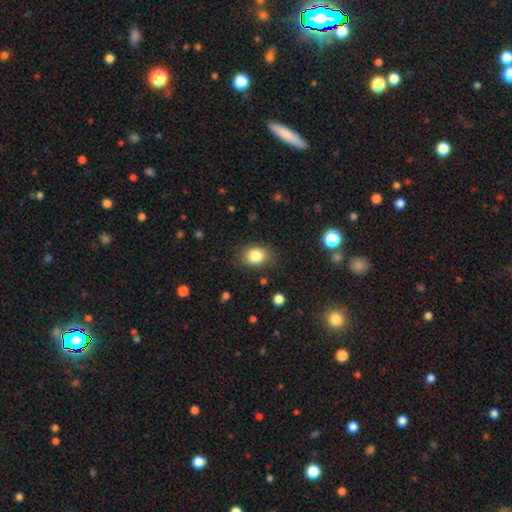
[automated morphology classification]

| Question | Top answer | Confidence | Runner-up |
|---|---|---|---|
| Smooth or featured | smooth | 83% | star or artifact (10%) |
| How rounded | in between | 60% | round (39%) |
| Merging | none | 83% | minor disturbance (12%) |